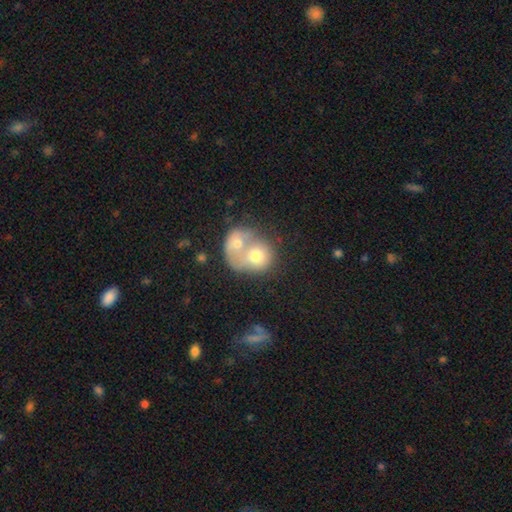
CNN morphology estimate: Overall: smooth (64%; featured or disk 29%). How rounded: round (64%; in between 35%). Merging: merger (77%).